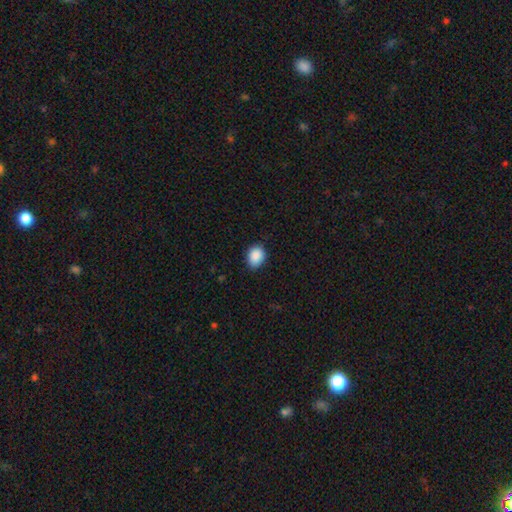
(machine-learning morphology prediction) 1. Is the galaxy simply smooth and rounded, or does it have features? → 89% smooth, 8% star or artifact, 3% featured or disk.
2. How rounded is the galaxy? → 53% in between, 46% round, 1% cigar-shaped.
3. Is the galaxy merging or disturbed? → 82% none, 15% minor disturbance, 3% major disturbance, 1% merger.